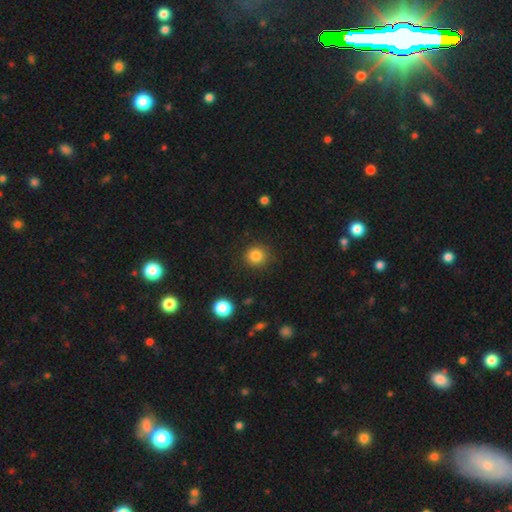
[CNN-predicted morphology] This appears to be a smooth galaxy with no disk features (84%) that is round (91%). Merging: none (88%).